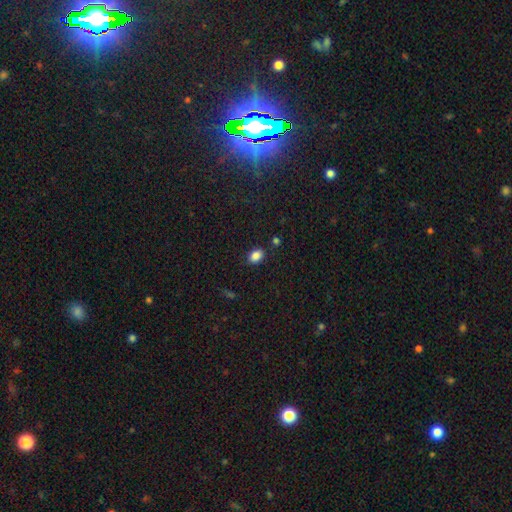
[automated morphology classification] smooth-or-featured: smooth: 86% | star or artifact: 10% | featured or disk: 4%
  how-rounded: in between: 78% | round: 21% | cigar-shaped: 1%
  merging: none: 83% | minor disturbance: 11% | merger: 3% | major disturbance: 3%